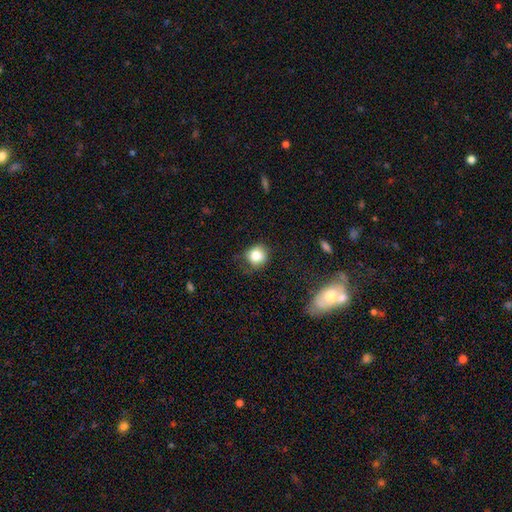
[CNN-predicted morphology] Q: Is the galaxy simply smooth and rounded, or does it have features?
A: smooth — 81%.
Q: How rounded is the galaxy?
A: round — 82%.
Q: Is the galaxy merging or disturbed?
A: none — 71%.